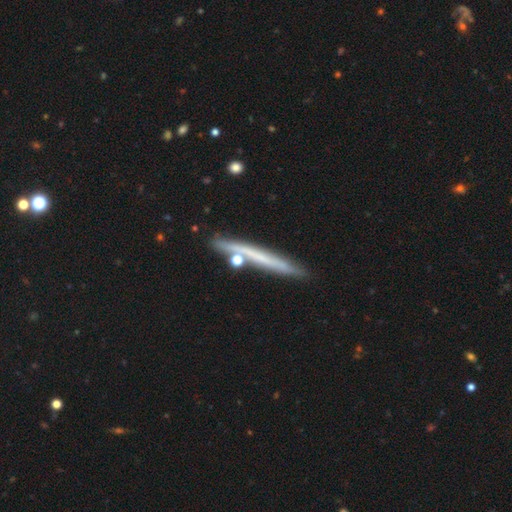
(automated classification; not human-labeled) Smooth or featured? featured or disk (50%)
Merging? none (80%)